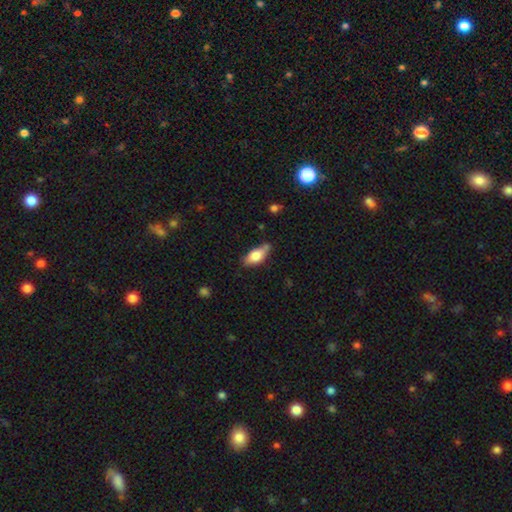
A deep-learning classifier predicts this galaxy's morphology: Q: Smooth or featured?
A: smooth (75%); runner-up: featured or disk (18%)
Q: How rounded?
A: in between (85%); runner-up: cigar-shaped (12%)
Q: Merging?
A: none (63%); runner-up: minor disturbance (27%)